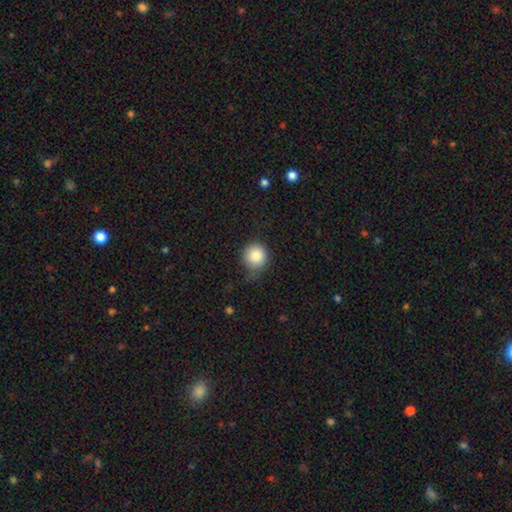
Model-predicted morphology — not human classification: This appears to be a smooth galaxy with no disk features (84%) that is round (90%). Merging: none (61%).